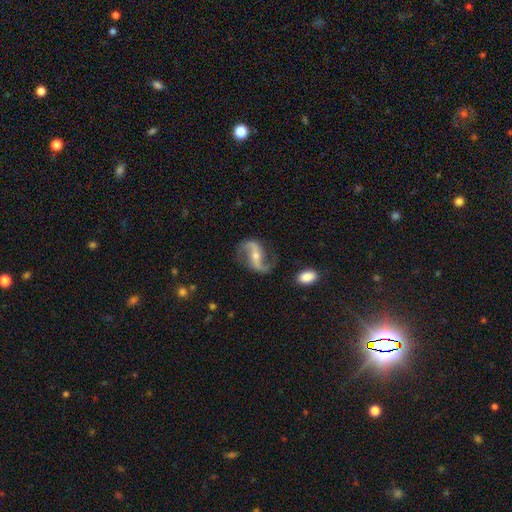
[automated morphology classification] A featured or disk galaxy (90%) with a strong bar (39%), 2 (94%) loose (74%) spiral arms (97%) and a small central bulge (54%).

Vote fractions:
- Smooth or featured? featured or disk: 90% / smooth: 5% / star or artifact: 5%
- Edge-on disk? no: 97% / yes: 3%
- Bar? strong: 39% / weak: 33% / no: 28%
- Spiral arms? yes: 97% / no: 3%
- Spiral winding? loose: 74% / medium: 21% / tight: 5%
- Spiral arm count? 2: 94% / 1: 2% / can't tell: 1% / 3: 1% / 4: 1% / more than 4: 1%
- Bulge size? small: 54% / moderate: 40% / none: 3% / large: 2% / dominant: 1%
- Merging? none: 78% / minor disturbance: 13% / major disturbance: 6% / merger: 2%